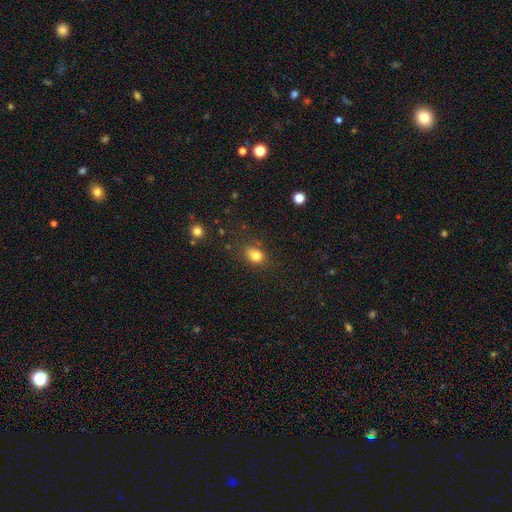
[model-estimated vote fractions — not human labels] Smooth or featured? smooth (80%)
How rounded? in between (56%)
Merging? none (72%)